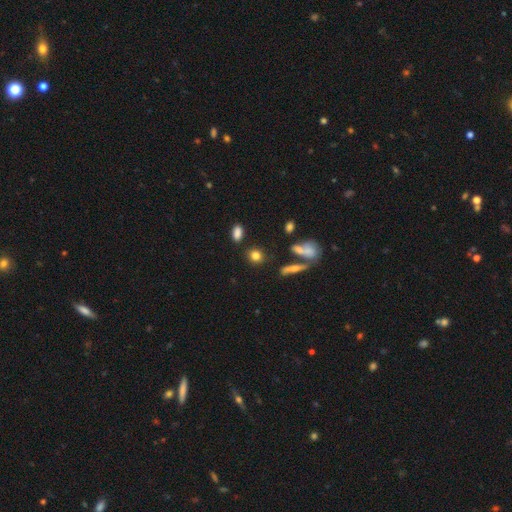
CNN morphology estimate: type=smooth (80%); roundness=round (64%); merging=none (79%).